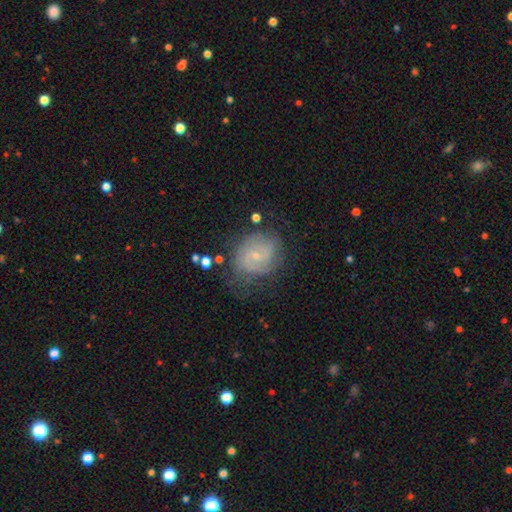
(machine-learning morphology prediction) featured or disk 67%, smooth 24%, star or artifact 9%. Down the decision tree: edge-on disk — no (97%); bar — no (65%); spiral arms — yes (85%); spiral arm count — can't tell (40%); spiral winding — tight (55%); bulge size — small (78%); merging — none (59%).